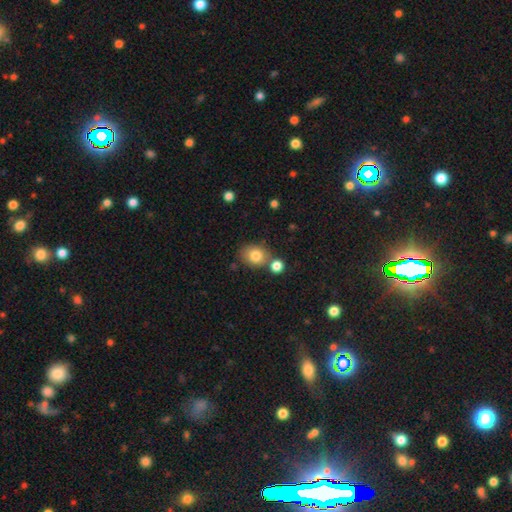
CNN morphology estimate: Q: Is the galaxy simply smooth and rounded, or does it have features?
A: smooth — 80%.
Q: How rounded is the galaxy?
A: round — 57%.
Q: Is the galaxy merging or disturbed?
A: none — 65%.